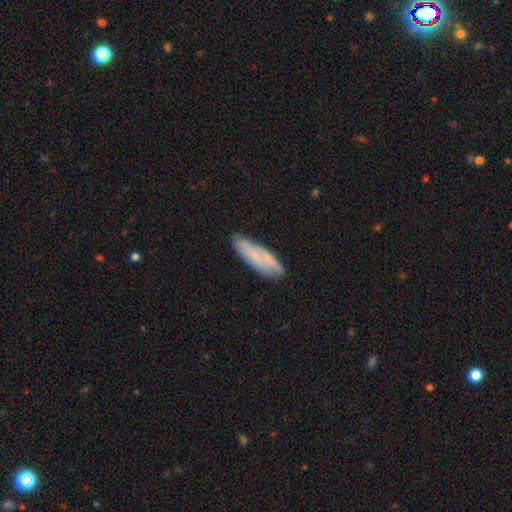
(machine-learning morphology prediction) Overall: smooth (60%; featured or disk 32%). How rounded: cigar-shaped (55%; in between 43%). Merging: none (77%).